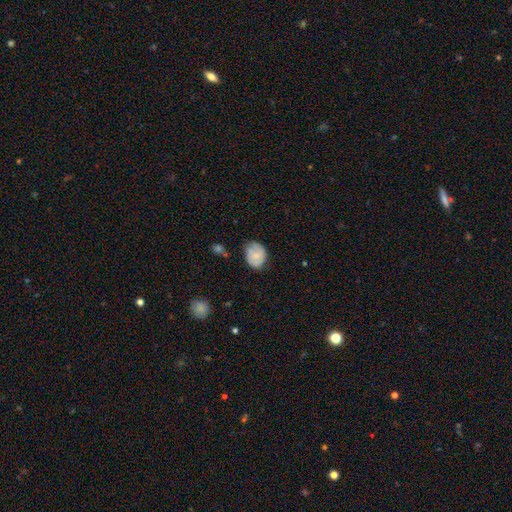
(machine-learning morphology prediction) smooth 68%, featured or disk 24%, star or artifact 7%. Down the decision tree: how rounded — in between (57%); merging — none (61%).